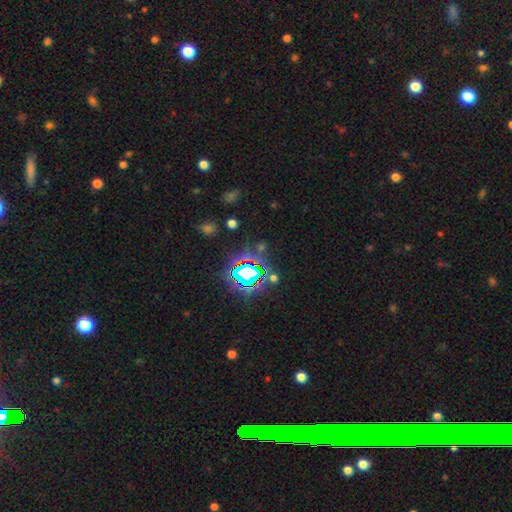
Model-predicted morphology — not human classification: Smooth or featured? Predicted: star or artifact (p=0.76).